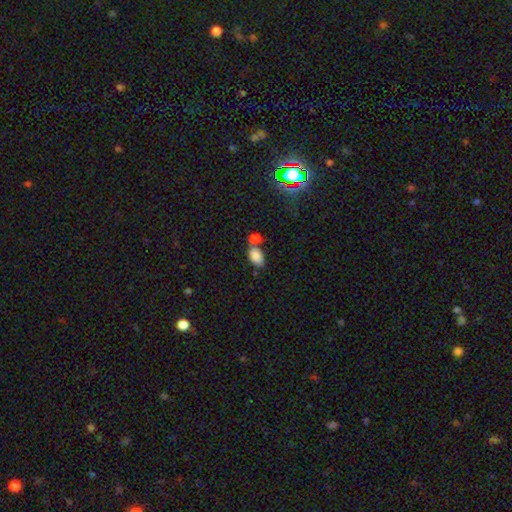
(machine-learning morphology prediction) smooth_or_featured: smooth (p=0.83) [alt: star or artifact p=0.09]
how_rounded: in between (p=0.91) [alt: round p=0.07]
merging: none (p=0.45) [alt: merger p=0.35]